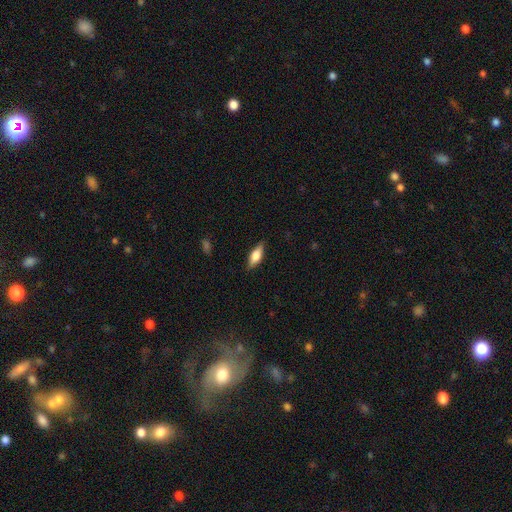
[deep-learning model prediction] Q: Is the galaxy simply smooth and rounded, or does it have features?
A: smooth — 61%.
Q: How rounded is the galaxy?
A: in between — 66%.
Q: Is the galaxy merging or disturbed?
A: none — 86%.